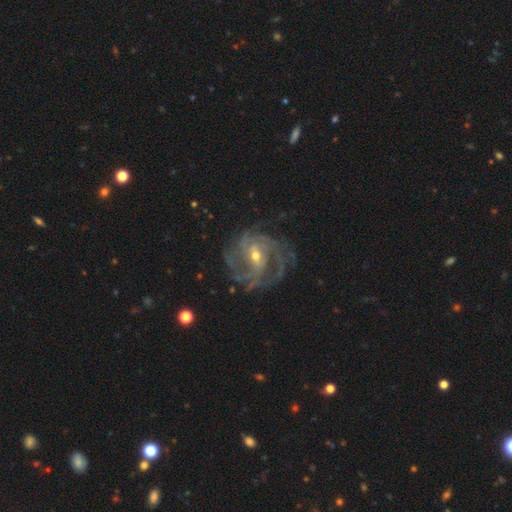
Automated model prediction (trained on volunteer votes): featured or disk 89%, star or artifact 6%, smooth 4%. Down the decision tree: edge-on disk — no (98%); bar — weak (45%); spiral arms — yes (96%); spiral arm count — can't tell (25%); spiral winding — tight (51%); bulge size — small (52%); merging — none (67%).